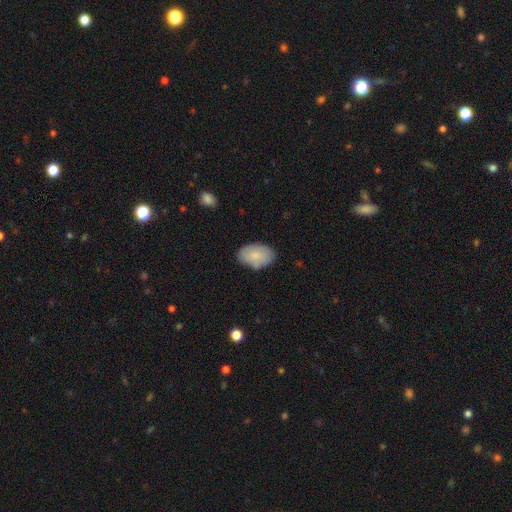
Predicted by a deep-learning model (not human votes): A smooth galaxy with no disk features (83%) that is in between round and cigar-shaped (91%).

Vote fractions:
- Smooth or featured? smooth: 83% / featured or disk: 11% / star or artifact: 6%
- How rounded? in between: 91% / round: 7% / cigar-shaped: 1%
- Merging? none: 80% / minor disturbance: 16% / major disturbance: 3% / merger: 1%